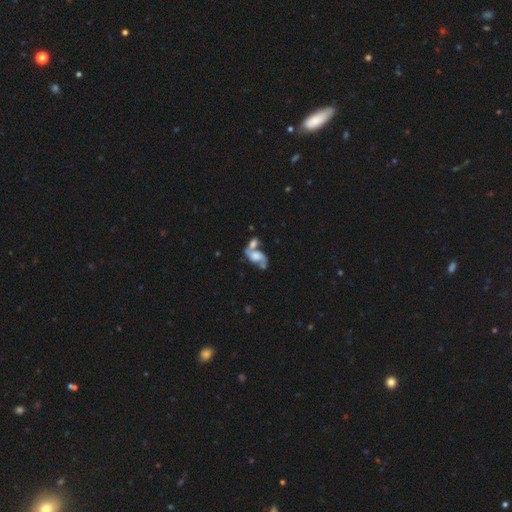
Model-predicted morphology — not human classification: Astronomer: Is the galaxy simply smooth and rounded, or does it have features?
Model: featured or disk — 71%.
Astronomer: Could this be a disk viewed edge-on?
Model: no — 96%.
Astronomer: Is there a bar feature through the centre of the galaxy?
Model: no — 63%.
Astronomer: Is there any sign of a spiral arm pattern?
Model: yes — 86%.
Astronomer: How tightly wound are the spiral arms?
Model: loose — 53% (runner-up: medium, 36%).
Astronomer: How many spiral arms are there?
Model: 2 — 86%.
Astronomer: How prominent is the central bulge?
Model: large — 29% (runner-up: moderate, 25%).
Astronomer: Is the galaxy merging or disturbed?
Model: merger — 51% (runner-up: none, 26%).